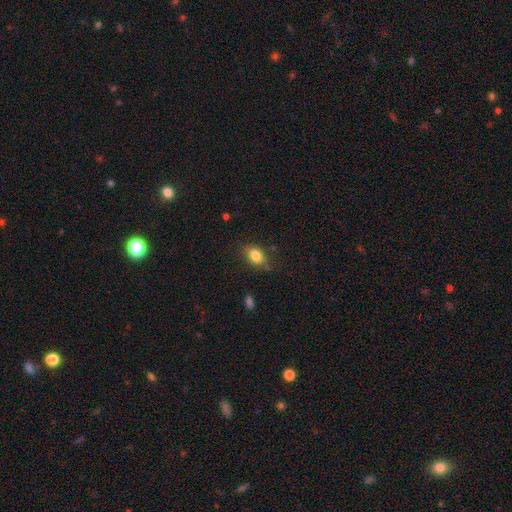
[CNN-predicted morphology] Q: Smooth or featured?
A: smooth (81%); runner-up: featured or disk (10%)
Q: How rounded?
A: in between (77%); runner-up: round (21%)
Q: Merging?
A: none (71%); runner-up: minor disturbance (22%)